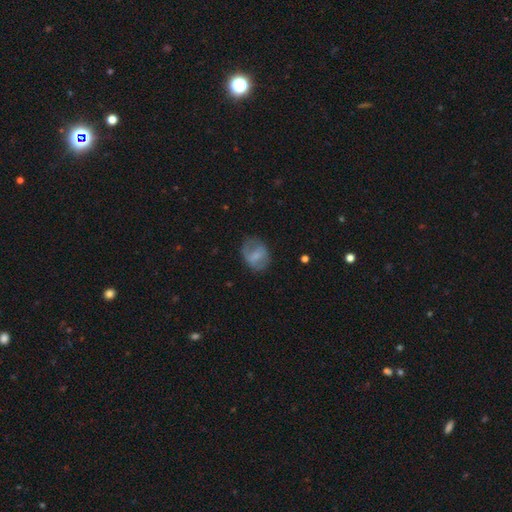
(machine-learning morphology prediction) Smooth or featured? Predicted: smooth (p=0.59). How rounded? Predicted: in between (p=0.60). Merging? Predicted: none (p=0.61).